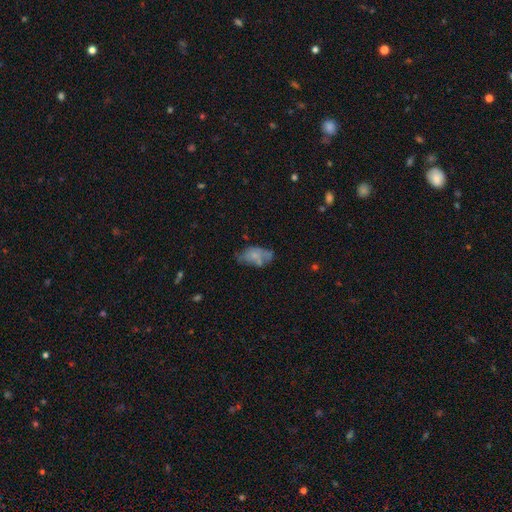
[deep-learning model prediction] A smooth galaxy with no disk features (57%) that is in between round and cigar-shaped (91%). Merging: none (40%).